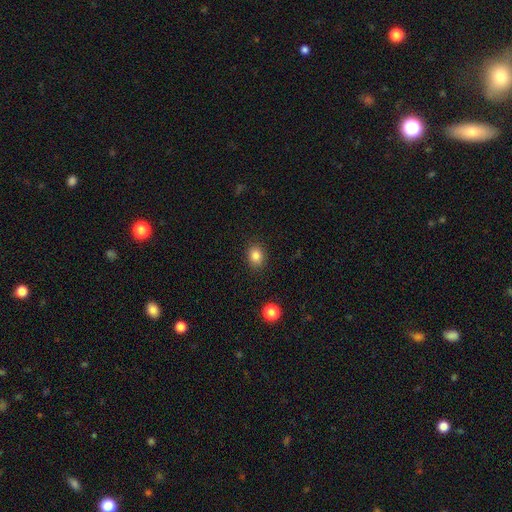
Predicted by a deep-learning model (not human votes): Smooth or featured? smooth (84%)
How rounded? round (52%)
Merging? none (88%)